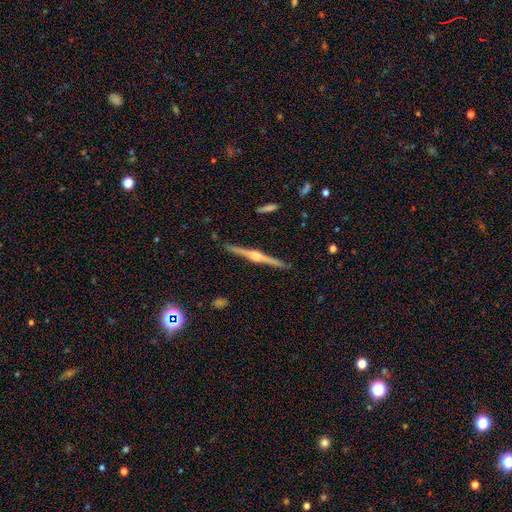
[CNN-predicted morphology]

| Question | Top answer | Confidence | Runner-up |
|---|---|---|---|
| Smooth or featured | featured or disk | 86% | smooth (9%) |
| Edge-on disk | yes | 99% | no (1%) |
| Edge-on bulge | rounded | 88% | boxy (8%) |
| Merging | none | 92% | minor disturbance (5%) |